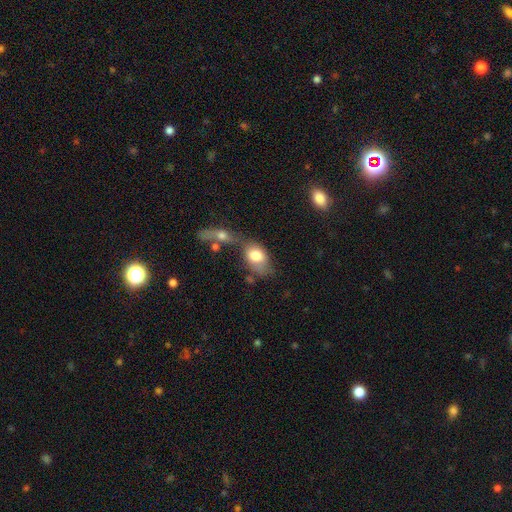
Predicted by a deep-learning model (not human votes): smooth 73%, featured or disk 20%, star or artifact 7%. Down the decision tree: how rounded — in between (82%); merging — merger (37%).